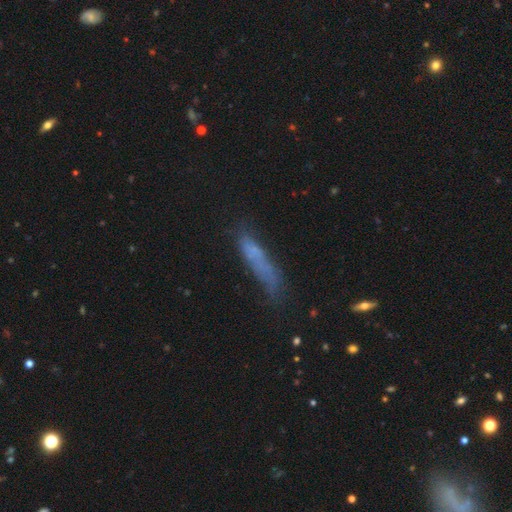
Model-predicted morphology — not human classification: smooth 59%, featured or disk 26%, star or artifact 15%. Down the decision tree: how rounded — cigar-shaped (81%); merging — none (47%).